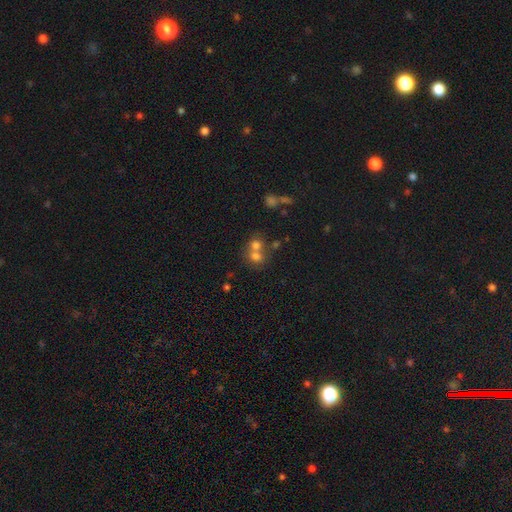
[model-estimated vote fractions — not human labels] This is likely a smooth galaxy (68%). How rounded: likely round (70%). Merging: possibly merger (59%).